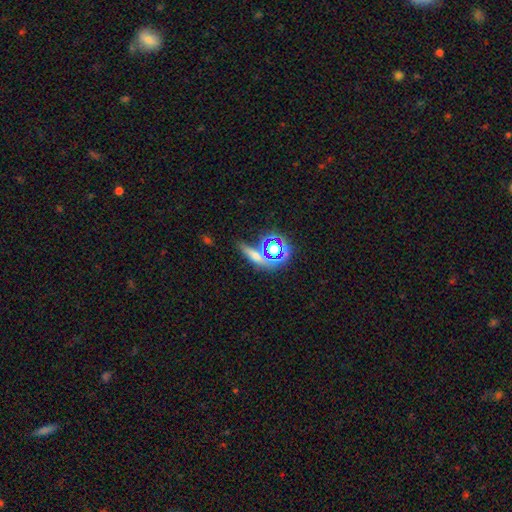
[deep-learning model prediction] smooth_or_featured: smooth (p=0.46) [alt: star or artifact p=0.34]
merging: none (p=0.70) [alt: minor disturbance p=0.13]